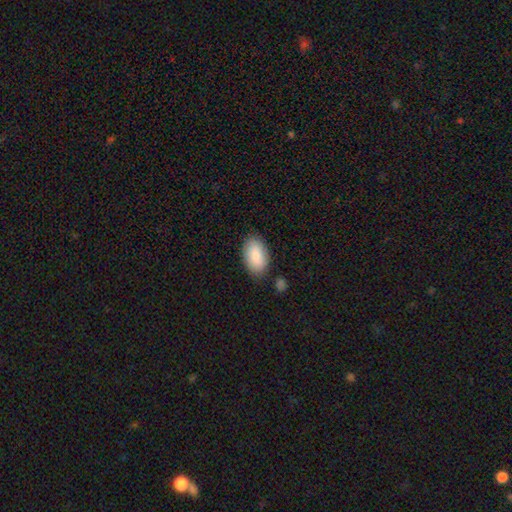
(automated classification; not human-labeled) Smooth or featured?
  - smooth: 87% *
  - featured or disk: 7%
  - star or artifact: 6%
How rounded?
  - in between: 94% *
  - round: 4%
  - cigar-shaped: 2%
Merging?
  - none: 82% *
  - minor disturbance: 12%
  - merger: 3%
  - major disturbance: 3%